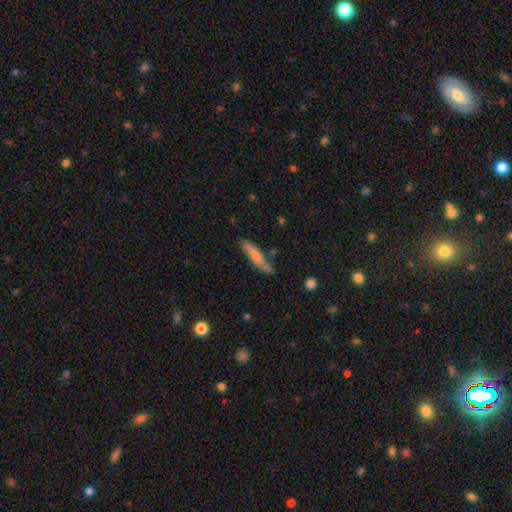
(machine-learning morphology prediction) Smooth or featured?
  - smooth: 67% *
  - featured or disk: 27%
  - star or artifact: 6%
How rounded?
  - cigar-shaped: 86% *
  - in between: 13%
  - round: 2%
Merging?
  - none: 71% *
  - minor disturbance: 20%
  - merger: 5%
  - major disturbance: 4%